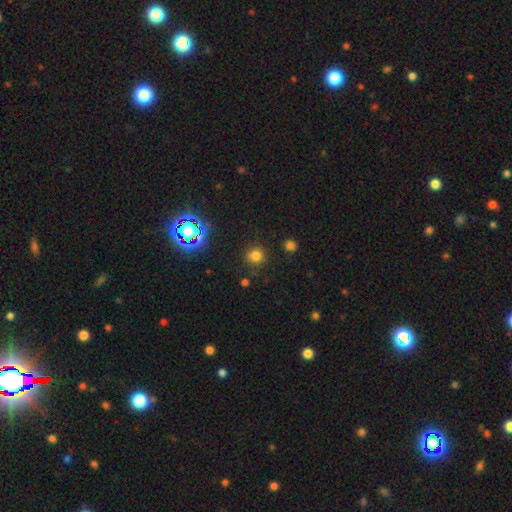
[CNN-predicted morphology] Overall: smooth (72%). How rounded: round (92%). Merging: none (87%).